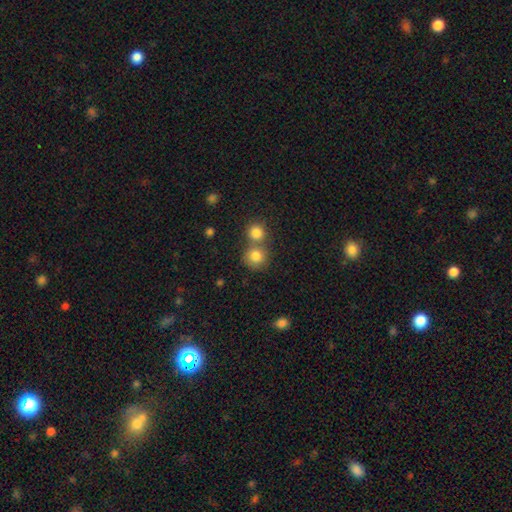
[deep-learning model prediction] Smooth or featured? smooth (81%)
How rounded? round (89%)
Merging? none (53%)